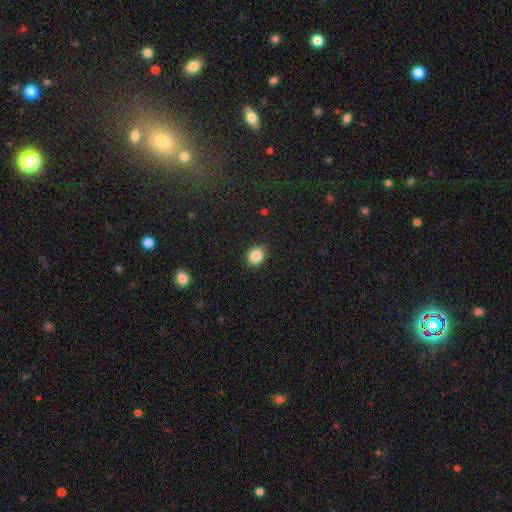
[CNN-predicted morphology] This appears to be a smooth galaxy with no disk features (86%) that is round (65%). Merging: none (90%).